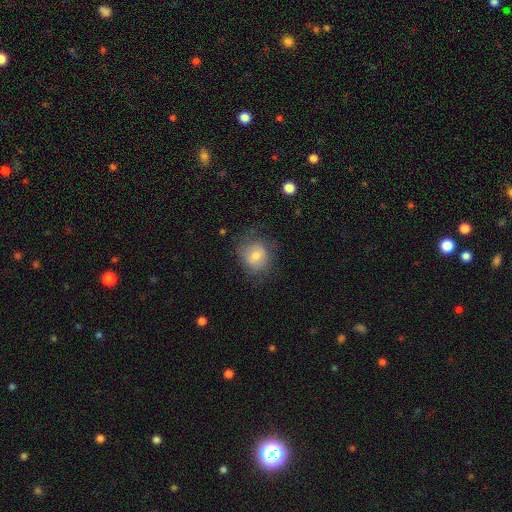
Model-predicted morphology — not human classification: A smooth galaxy with no disk features (68%) that is round (74%). Merging: none (66%).